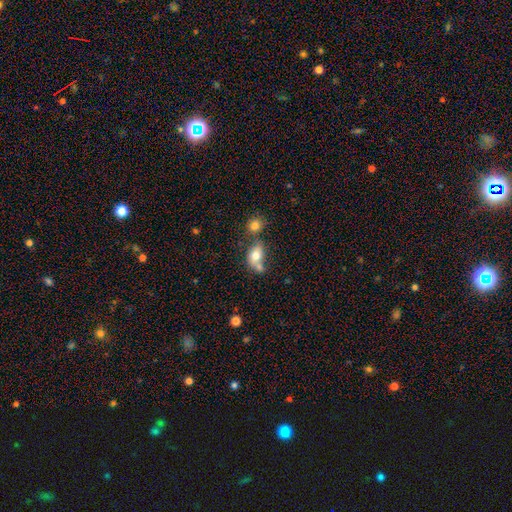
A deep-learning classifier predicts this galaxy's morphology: Overall: smooth (74%). How rounded: in between (76%). Merging: merger (42%; none 37%).